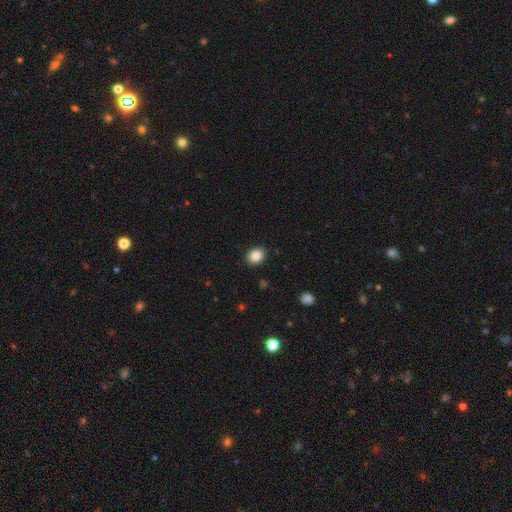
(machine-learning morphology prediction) This is clearly a smooth galaxy (86%). How rounded: possibly round (52%). Merging: clearly none (90%).